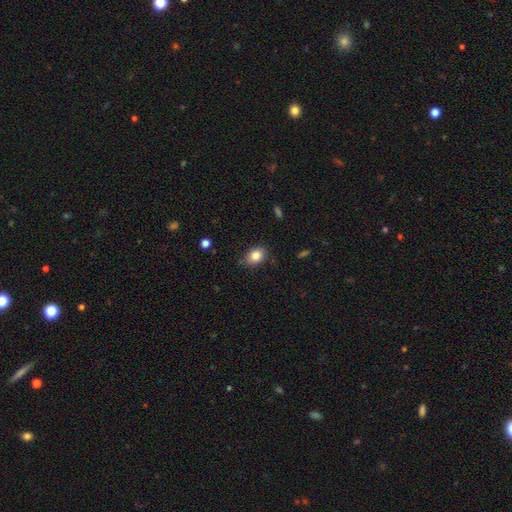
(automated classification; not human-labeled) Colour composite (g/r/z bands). It shows a smooth galaxy with no disk features (83%) that is in between round and cigar-shaped (68%). Merging: none (78%).